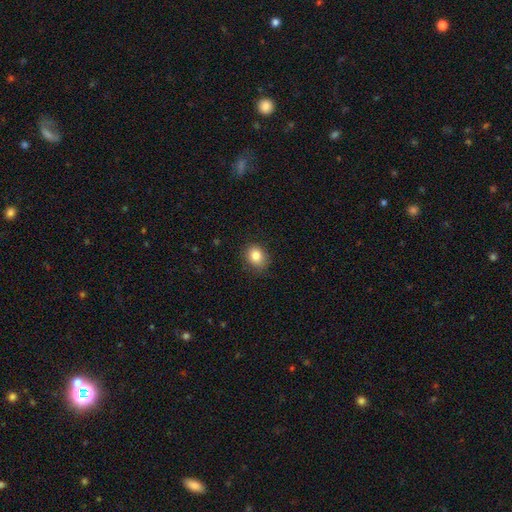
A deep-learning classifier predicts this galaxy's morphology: The model was most divided on "how rounded": round: 58%, in between: 41%, cigar-shaped: 1%. More confident: smooth or featured — smooth (84%); merging — none (84%).